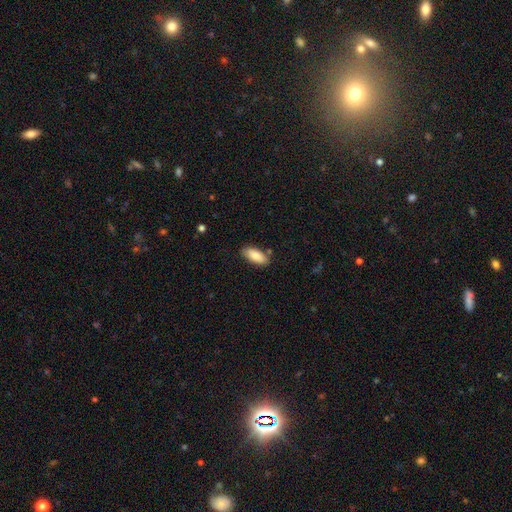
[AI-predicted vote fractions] smooth_or_featured: smooth (p=0.85) [alt: featured or disk p=0.09]
how_rounded: in between (p=0.84) [alt: cigar-shaped p=0.14]
merging: none (p=0.81) [alt: minor disturbance p=0.13]